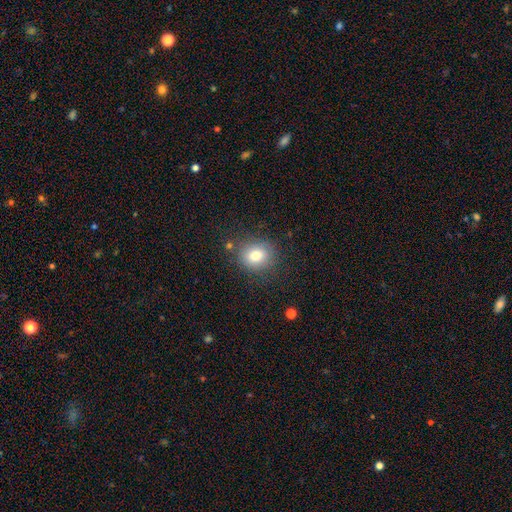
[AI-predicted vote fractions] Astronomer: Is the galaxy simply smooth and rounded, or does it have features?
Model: smooth — 76%.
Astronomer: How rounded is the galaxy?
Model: round — 69%.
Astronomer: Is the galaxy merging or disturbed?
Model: none — 79%.